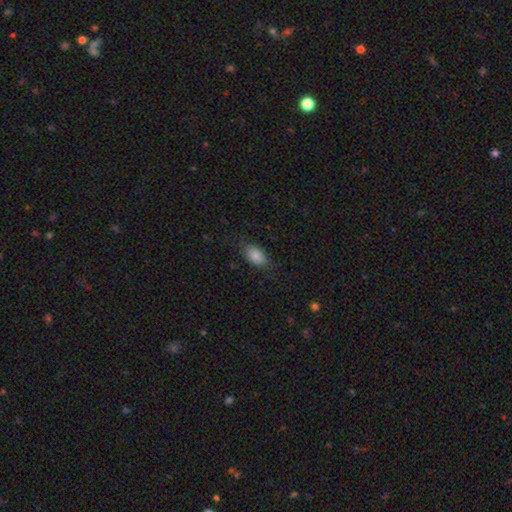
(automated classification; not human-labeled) Morphology: type=smooth (86%); roundness=in between (91%); merging=none (79%).